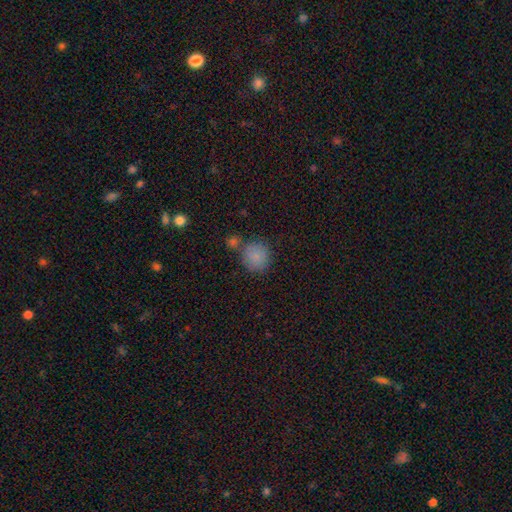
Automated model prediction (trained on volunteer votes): A smooth galaxy with no disk features (85%) that is round (90%).

Vote fractions:
- Smooth or featured? smooth: 85% / star or artifact: 9% / featured or disk: 6%
- How rounded? round: 90% / in between: 9% / cigar-shaped: 1%
- Merging? none: 69% / merger: 16% / minor disturbance: 12% / major disturbance: 4%